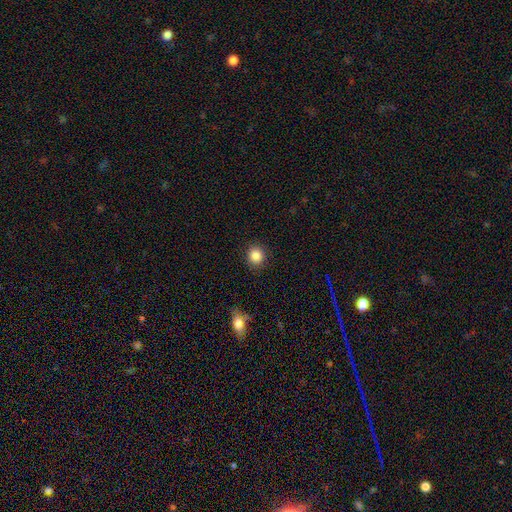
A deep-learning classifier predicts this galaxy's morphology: smooth-or-featured: smooth: 86% | star or artifact: 10% | featured or disk: 4%
  how-rounded: round: 87% | in between: 12% | cigar-shaped: 1%
  merging: none: 90% | minor disturbance: 7% | major disturbance: 2% | merger: 1%